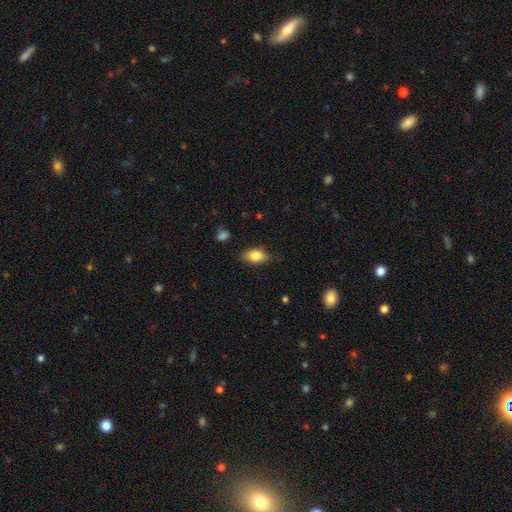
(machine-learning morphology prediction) This is likely a smooth galaxy (79%). How rounded: clearly in between (86%). Merging: likely none (79%).